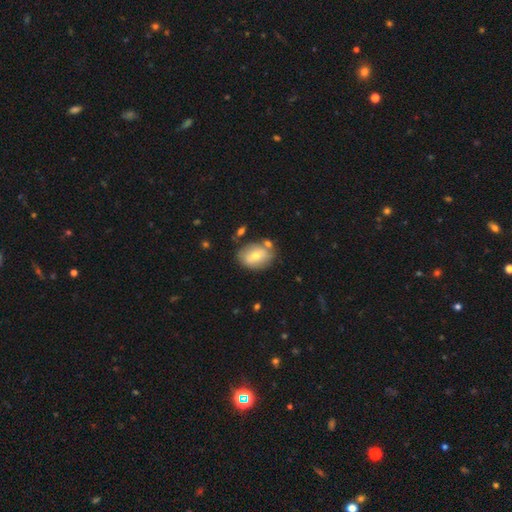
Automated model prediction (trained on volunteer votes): Smooth or featured? smooth (61%)
How rounded? in between (68%)
Merging? none (70%)